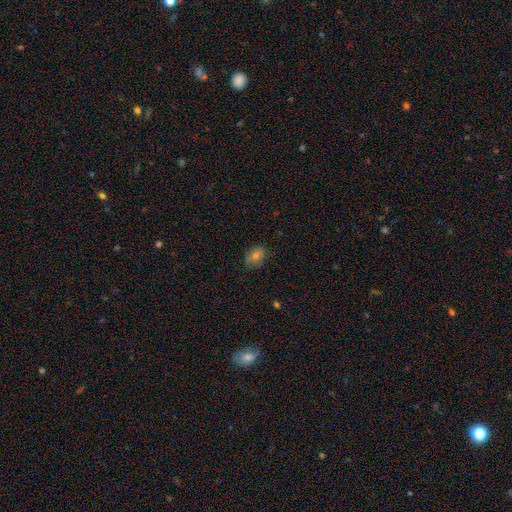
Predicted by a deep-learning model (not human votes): Morphology: type=smooth (66%); roundness=in between (61%); merging=none (76%).